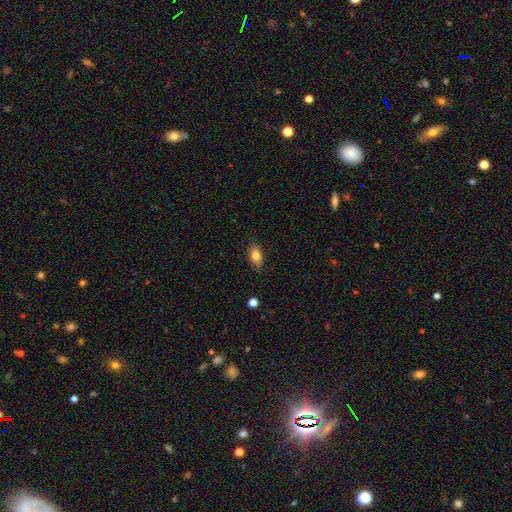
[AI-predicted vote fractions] This appears to be a smooth galaxy with no disk features (76%) that is in between round and cigar-shaped (81%). Merging: none (82%).